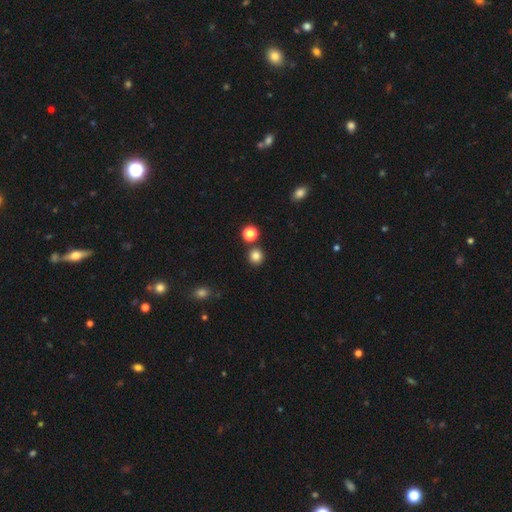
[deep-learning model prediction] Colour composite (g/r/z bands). It shows a smooth galaxy with no disk features (82%) that is round (91%). Merging: none (84%).